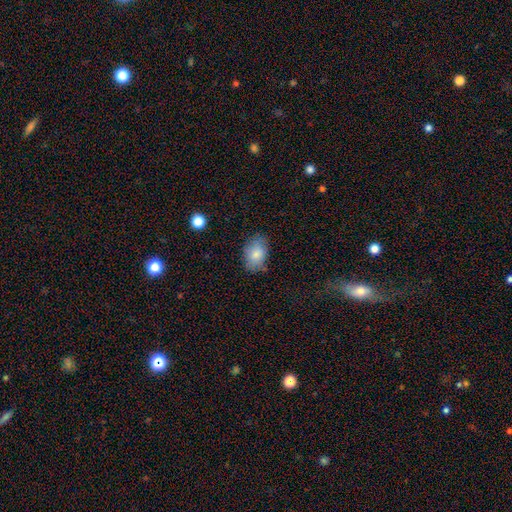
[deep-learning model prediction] Smooth or featured? Predicted: smooth (p=0.82). How rounded? Predicted: in between (p=0.85). Merging? Predicted: none (p=0.77).